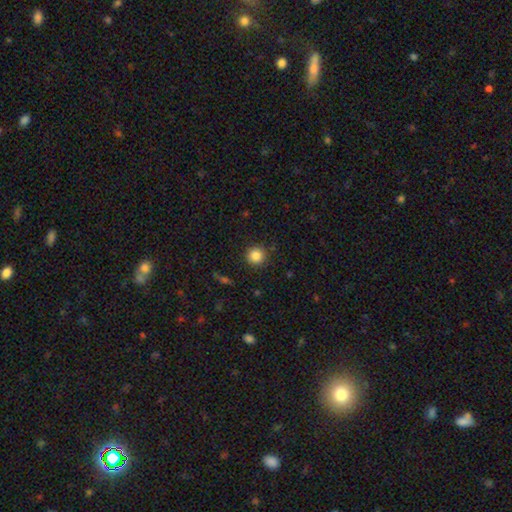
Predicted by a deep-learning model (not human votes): A smooth galaxy with no disk features (85%) that is round (94%). Merging: none (90%).